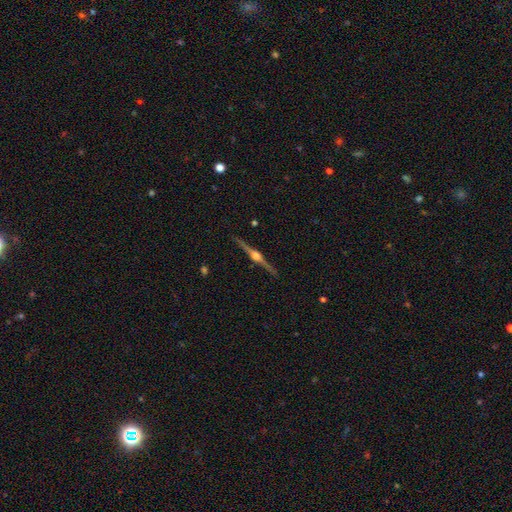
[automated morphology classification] A featured or disk galaxy (88%) viewed edge-on (99%) with a rounded central bulge (94%).

Vote fractions:
- Smooth or featured? featured or disk: 88% / smooth: 6% / star or artifact: 5%
- Edge-on disk? yes: 99% / no: 1%
- Edge-on bulge? rounded: 94% / boxy: 5% / none: 2%
- Merging? none: 91% / minor disturbance: 6% / major disturbance: 1% / merger: 1%